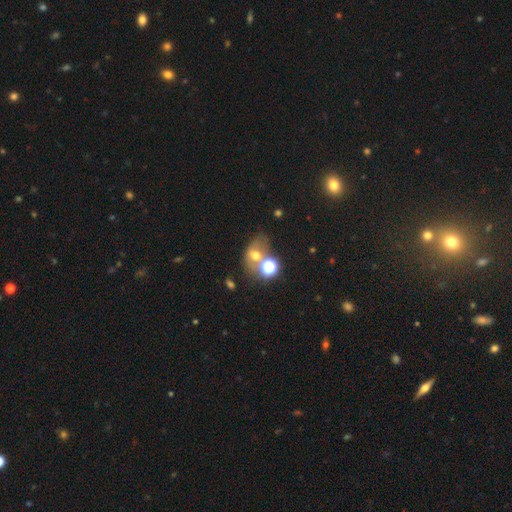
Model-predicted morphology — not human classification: The model was most divided on "merging": none: 36%, merger: 34%, minor disturbance: 16%, major disturbance: 15%. More confident: how rounded — in between (56%); smooth or featured — smooth (52%).